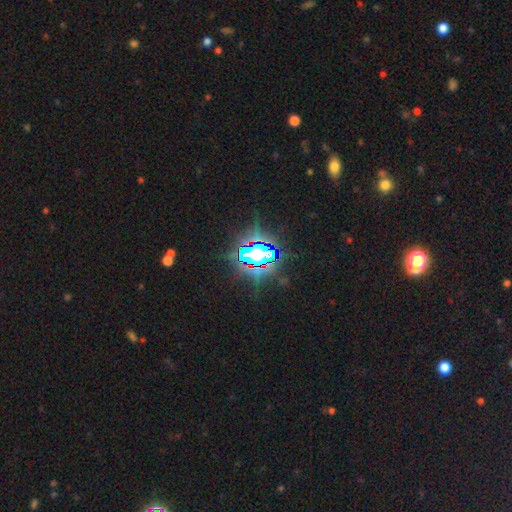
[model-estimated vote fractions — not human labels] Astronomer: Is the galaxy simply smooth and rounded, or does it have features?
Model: star or artifact — 80%.